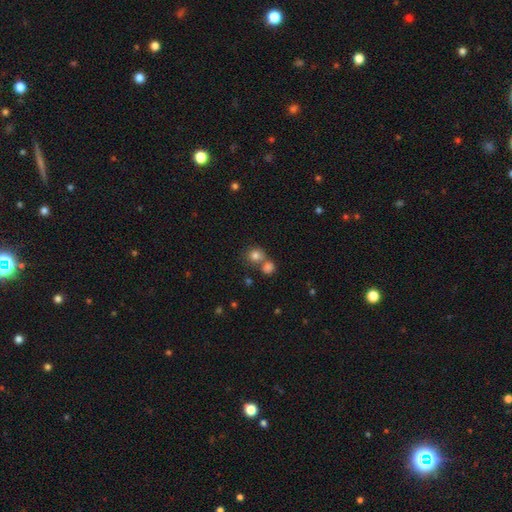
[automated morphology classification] Smooth or featured? Predicted: smooth (p=0.80). How rounded? Predicted: round (p=0.84). Merging? Predicted: none (p=0.53).